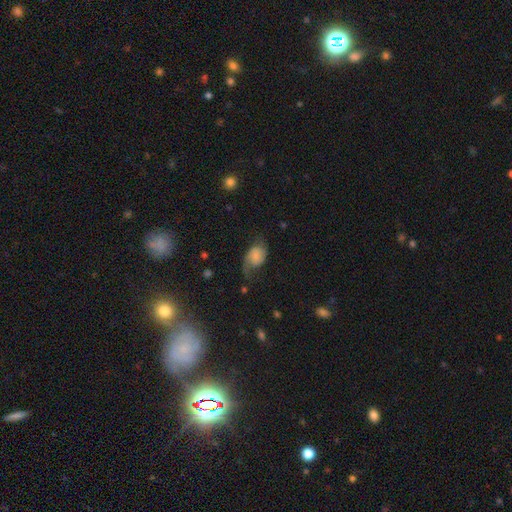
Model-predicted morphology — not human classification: smooth-or-featured: smooth: 46% | featured or disk: 44% | star or artifact: 9%
  merging: none: 45% | minor disturbance: 28% | major disturbance: 24% | merger: 2%